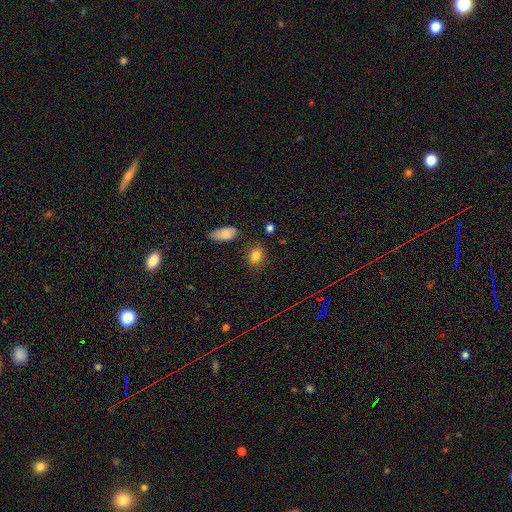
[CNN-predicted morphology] A smooth galaxy with no disk features (83%) that is in between round and cigar-shaped (60%). Merging: none (81%).